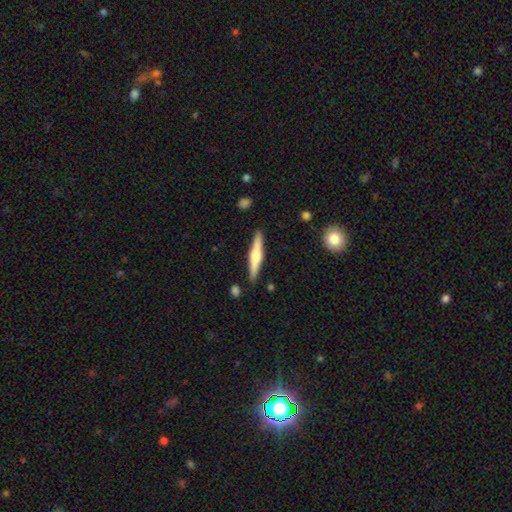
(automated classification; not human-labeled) This is likely a featured or disk galaxy (61%). It is clearly viewed edge-on (97%). Edge-on bulge: clearly rounded (85%). Merging: clearly none (89%).